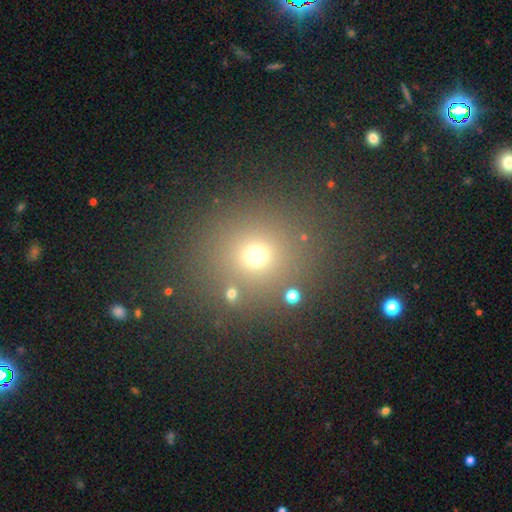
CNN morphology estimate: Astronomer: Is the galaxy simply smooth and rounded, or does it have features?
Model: smooth — 68%.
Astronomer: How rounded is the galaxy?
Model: round — 84%.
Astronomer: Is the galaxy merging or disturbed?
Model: none — 76%.